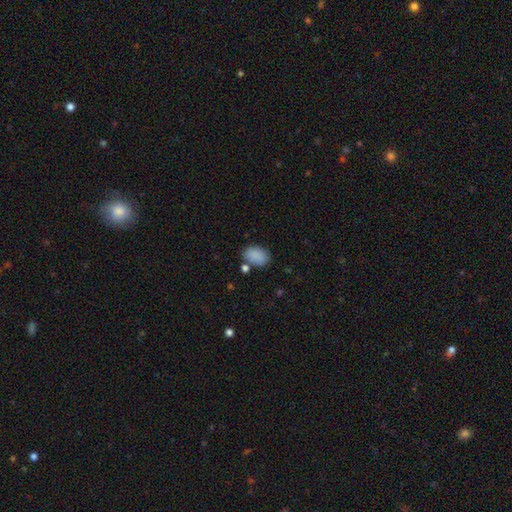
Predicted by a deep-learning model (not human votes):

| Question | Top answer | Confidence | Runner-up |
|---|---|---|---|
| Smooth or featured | smooth | 87% | star or artifact (8%) |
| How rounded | in between | 83% | round (15%) |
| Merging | none | 72% | minor disturbance (15%) |